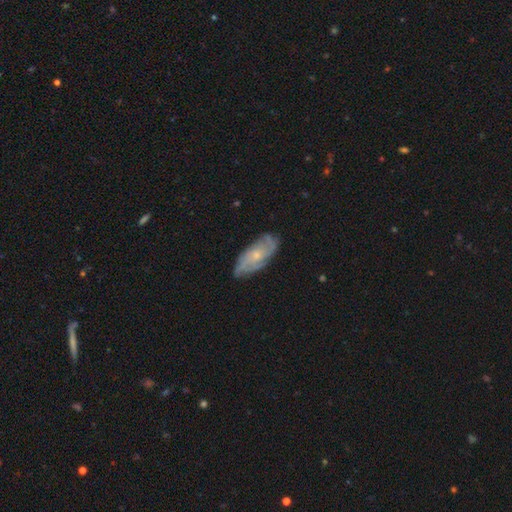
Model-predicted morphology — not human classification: A featured or disk galaxy (70%) with no bar (76%), tight (49%) spiral arms (90%) and a small central bulge (67%).

Vote fractions:
- Smooth or featured? featured or disk: 70% / smooth: 23% / star or artifact: 6%
- Edge-on disk? no: 90% / yes: 10%
- Bar? no: 76% / weak: 21% / strong: 3%
- Spiral arms? yes: 90% / no: 10%
- Spiral winding? tight: 49% / medium: 38% / loose: 12%
- Spiral arm count? can't tell: 36% / 2: 31% / 3: 18% / 4: 8% / 1: 4% / more than 4: 4%
- Bulge size? small: 67% / moderate: 28% / none: 3% / large: 1% / dominant: 1%
- Merging? none: 75% / minor disturbance: 20% / major disturbance: 4% / merger: 1%